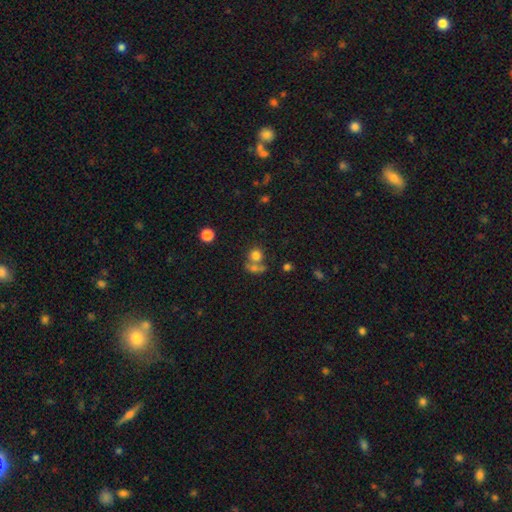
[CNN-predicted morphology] Smooth or featured? smooth (73%)
How rounded? round (83%)
Merging? merger (45%)